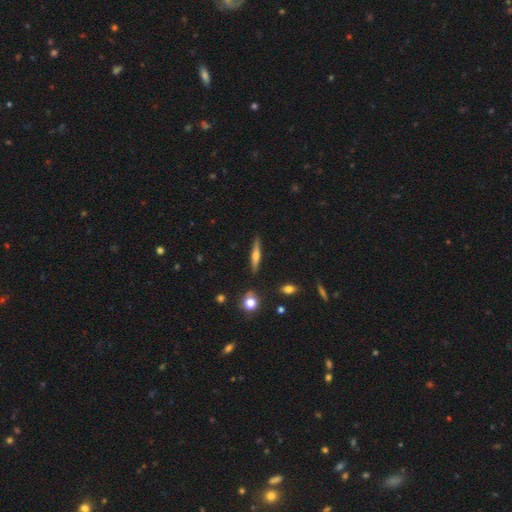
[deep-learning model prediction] smooth-or-featured: featured or disk: 48% | smooth: 44% | star or artifact: 7%
  merging: none: 86% | minor disturbance: 9% | merger: 2% | major disturbance: 2%